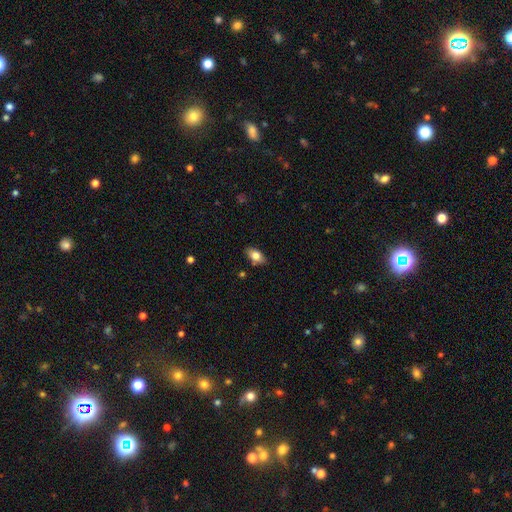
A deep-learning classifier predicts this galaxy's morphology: type=smooth (75%); roundness=in between (88%); merging=none (83%).